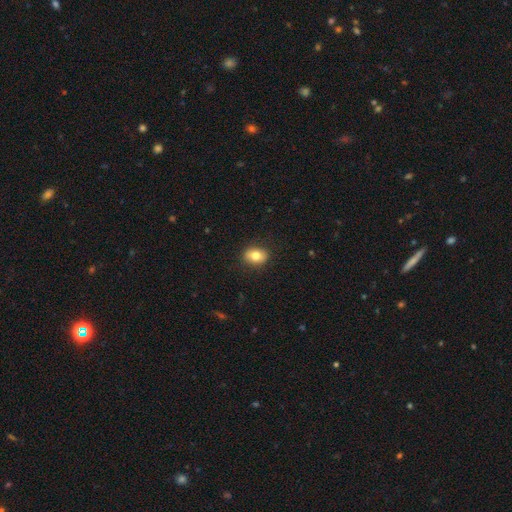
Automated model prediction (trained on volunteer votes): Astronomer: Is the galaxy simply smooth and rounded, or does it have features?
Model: smooth — 79%.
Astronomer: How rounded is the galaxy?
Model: in between — 65%.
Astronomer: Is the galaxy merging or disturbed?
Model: none — 87%.